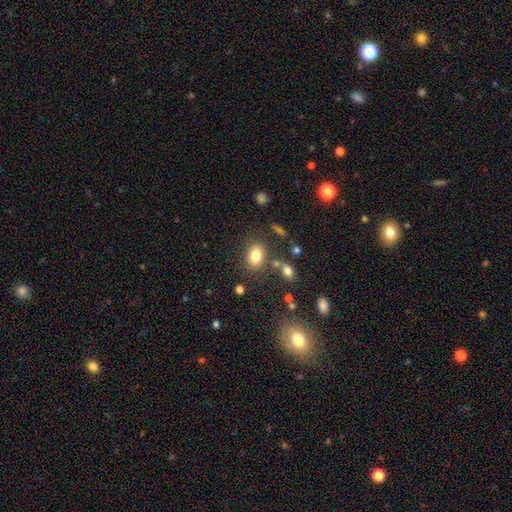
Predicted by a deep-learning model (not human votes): Smooth or featured?
  - smooth: 81% *
  - star or artifact: 11%
  - featured or disk: 9%
How rounded?
  - in between: 71% *
  - round: 28%
  - cigar-shaped: 1%
Merging?
  - none: 76% *
  - minor disturbance: 12%
  - merger: 7%
  - major disturbance: 4%